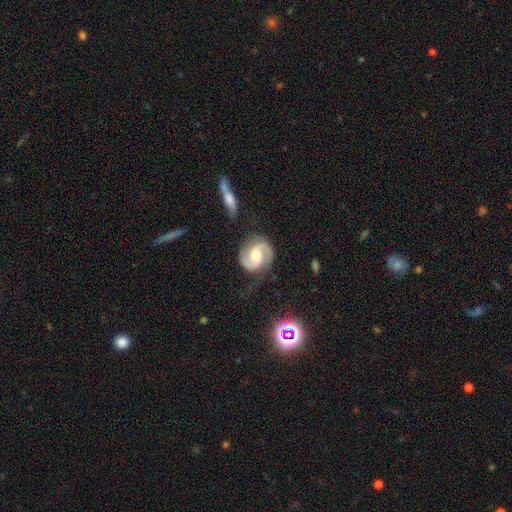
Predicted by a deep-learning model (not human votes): Q: Smooth or featured?
A: featured or disk (86%); runner-up: smooth (9%)
Q: Edge-on disk?
A: no (98%); runner-up: yes (2%)
Q: Bar?
A: no (50%); runner-up: weak (38%)
Q: Spiral arms?
A: yes (98%); runner-up: no (2%)
Q: Spiral winding?
A: medium (51%); runner-up: tight (36%)
Q: Spiral arm count?
A: 2 (93%); runner-up: can't tell (2%)
Q: Bulge size?
A: moderate (30%); runner-up: none (26%)
Q: Merging?
A: none (73%); runner-up: minor disturbance (17%)